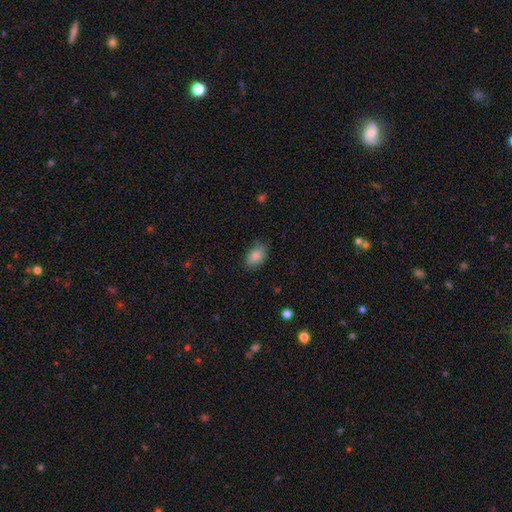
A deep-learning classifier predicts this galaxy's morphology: smooth-or-featured: smooth: 86% | star or artifact: 8% | featured or disk: 6%
  how-rounded: in between: 87% | round: 11% | cigar-shaped: 2%
  merging: none: 74% | minor disturbance: 21% | major disturbance: 4% | merger: 1%